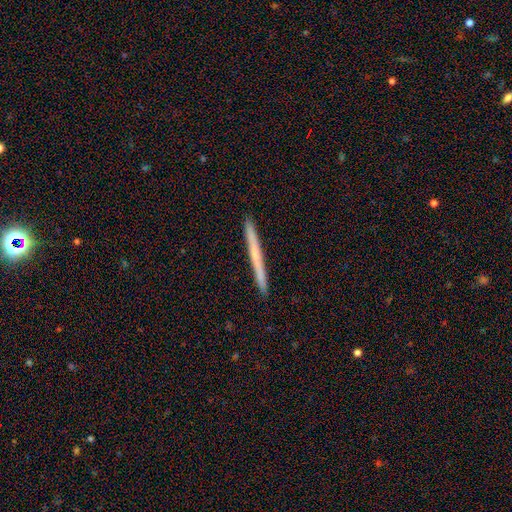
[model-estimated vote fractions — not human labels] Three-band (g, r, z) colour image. It shows a smooth galaxy with no disk features (53%) that is cigar-shaped (97%). Merging: none (93%).